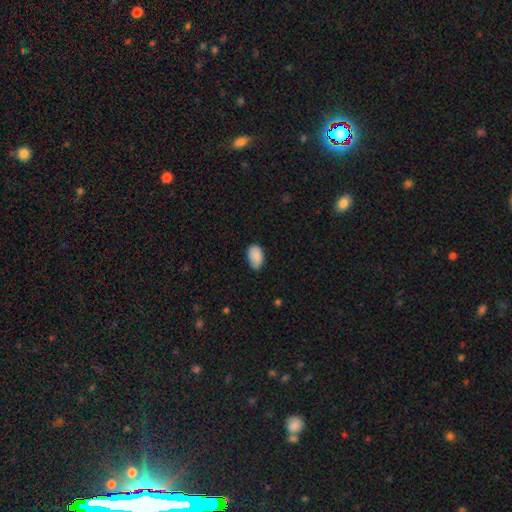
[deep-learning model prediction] Overall: smooth (88%). How rounded: in between (92%). Merging: none (69%).